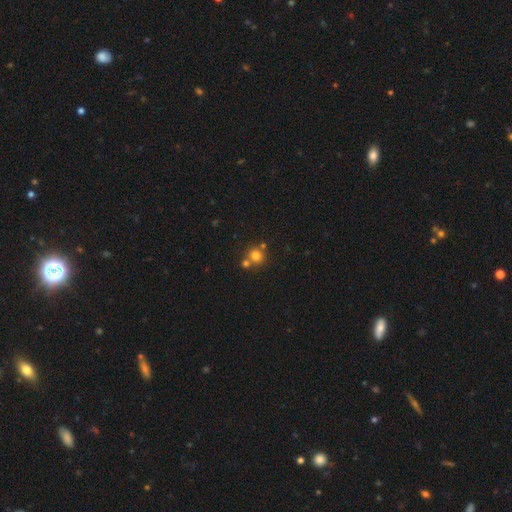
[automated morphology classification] The model was most divided on "merging": none: 61%, merger: 29%, minor disturbance: 8%, major disturbance: 3%. More confident: how rounded — round (89%); smooth or featured — smooth (76%).